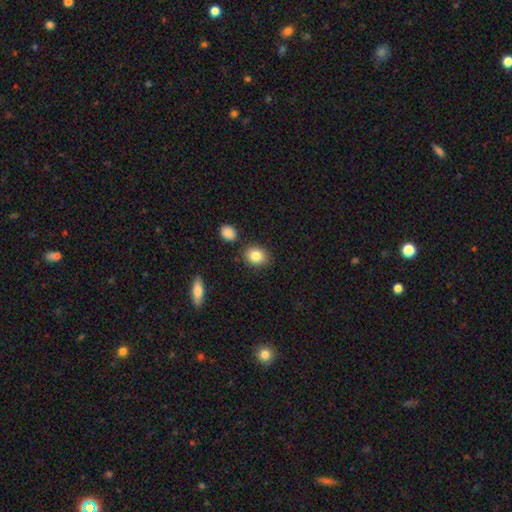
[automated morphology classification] type=smooth (84%); roundness=round (56%); merging=none (84%).